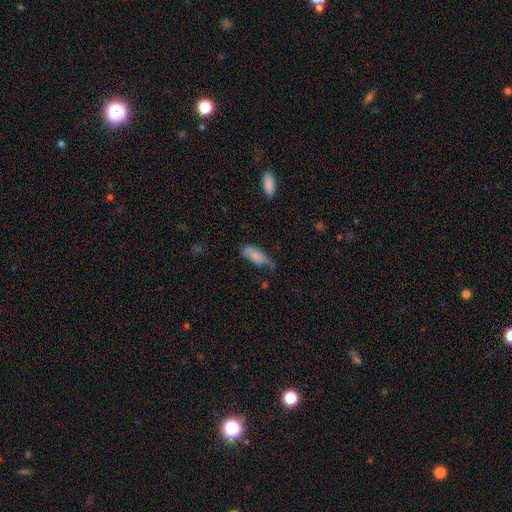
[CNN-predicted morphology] This is likely a smooth galaxy (70%). How rounded: clearly in between (82%). Merging: marginally minor disturbance (40%).